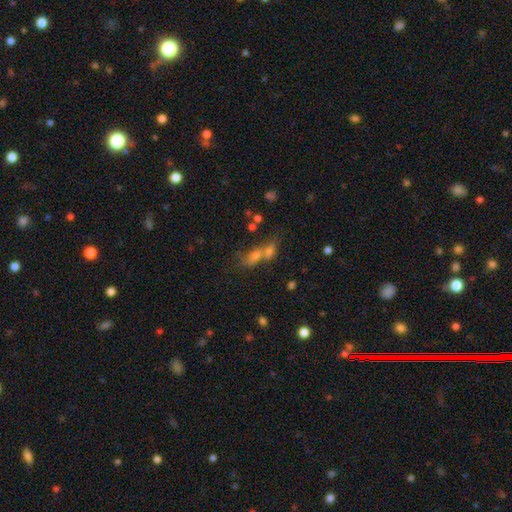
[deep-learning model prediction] smooth 56%, star or artifact 23%, featured or disk 22%. Down the decision tree: how rounded — in between (56%); merging — merger (58%).